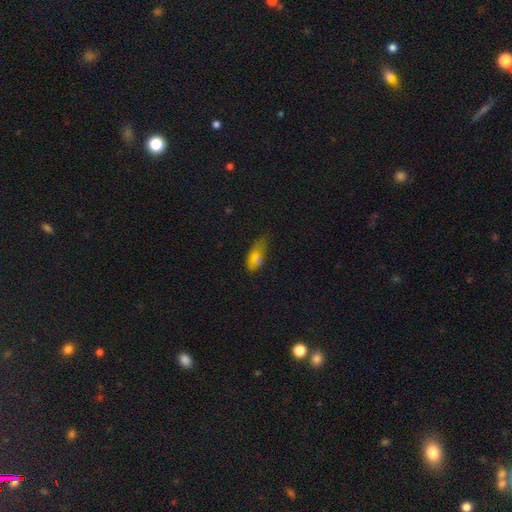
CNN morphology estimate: type=smooth (66%); roundness=in between (78%); merging=minor disturbance (38%).